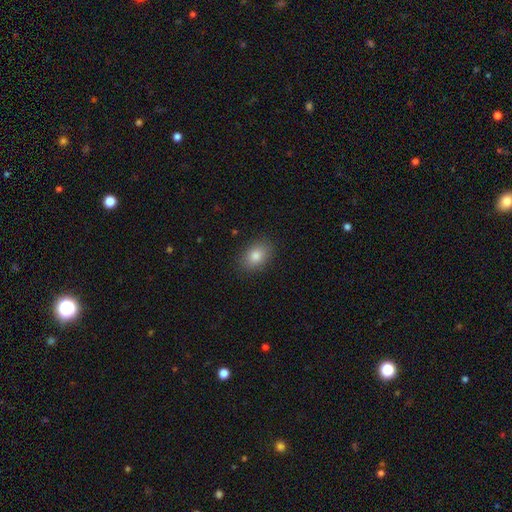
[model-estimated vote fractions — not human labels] smooth-or-featured: smooth: 83% | star or artifact: 9% | featured or disk: 8%
  how-rounded: in between: 78% | round: 21% | cigar-shaped: 1%
  merging: none: 87% | minor disturbance: 9% | major disturbance: 2% | merger: 1%